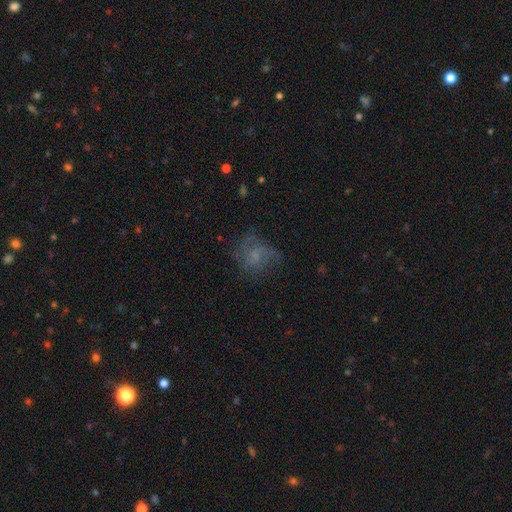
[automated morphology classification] Smooth or featured: featured or disk — 50% (smooth — 35%)
Merging: none — 49% (major disturbance — 28%)